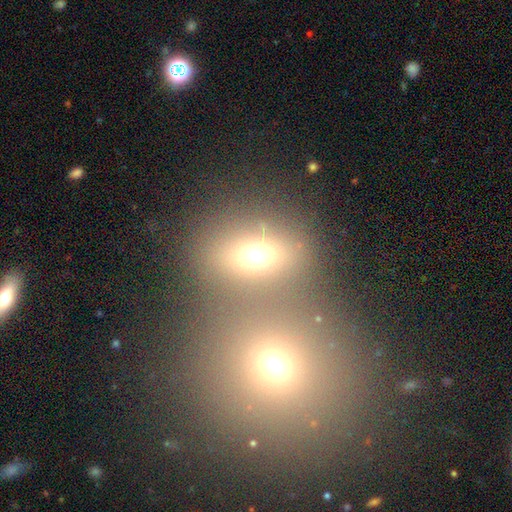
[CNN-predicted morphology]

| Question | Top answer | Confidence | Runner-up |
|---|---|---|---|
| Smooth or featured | smooth | 65% | star or artifact (18%) |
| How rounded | in between | 52% | round (44%) |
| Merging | none | 44% | merger (43%) |